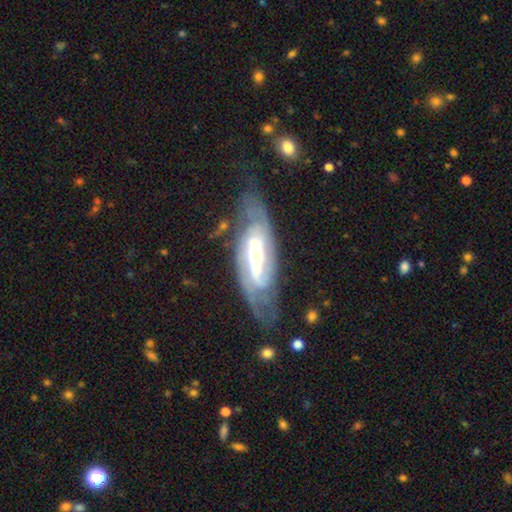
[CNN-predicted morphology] Smooth or featured? Predicted: featured or disk (p=0.83). Edge-on disk? Predicted: no (p=0.88). Bar? Predicted: strong (p=0.57). Spiral arms? Predicted: yes (p=0.91). Spiral winding? Predicted: tight (p=0.46). Spiral arm count? Predicted: 2 (p=0.68). Bulge size? Predicted: moderate (p=0.51). Merging? Predicted: none (p=0.61).